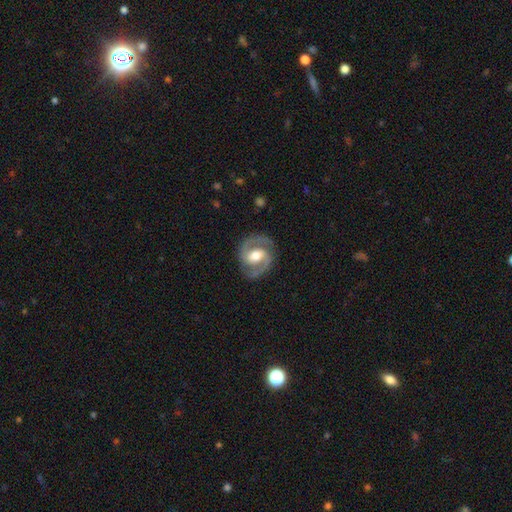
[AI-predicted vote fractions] Overall: featured or disk (88%). Edge-on disk: no (98%). Bar: weak (44%; strong 33%). Spiral arms: yes (96%). Spiral arm count: 2 (93%). Spiral winding: medium (57%; tight 32%). Bulge size: moderate (70%). Merging: none (86%).